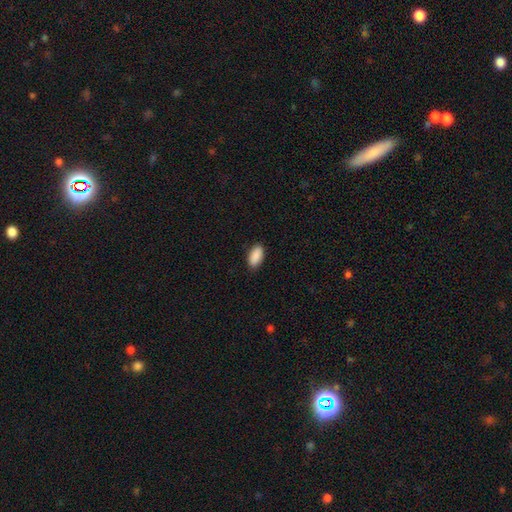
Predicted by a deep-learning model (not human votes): A smooth galaxy with no disk features (90%) that is in between round and cigar-shaped (93%). Merging: none (87%).